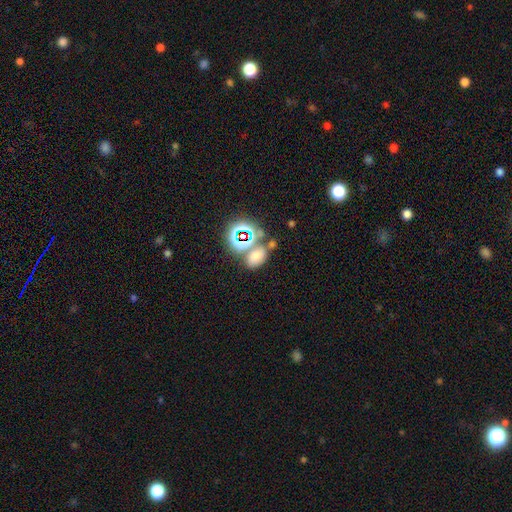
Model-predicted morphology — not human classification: smooth-or-featured: smooth: 60% | star or artifact: 29% | featured or disk: 11%
  how-rounded: in between: 77% | round: 21% | cigar-shaped: 2%
  merging: none: 49% | merger: 31% | minor disturbance: 13% | major disturbance: 7%